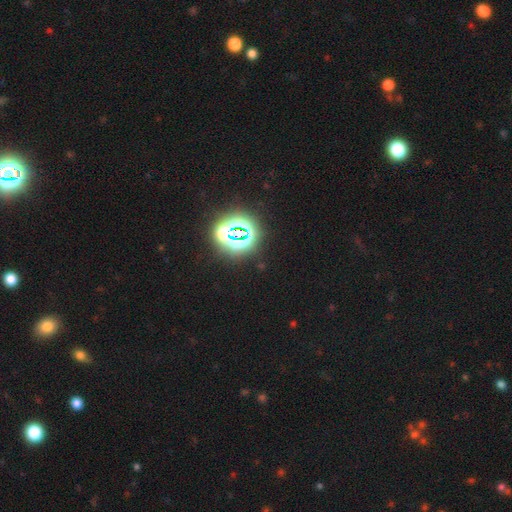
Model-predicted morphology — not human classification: This appears to be a star or artifact, not a galaxy (78%).